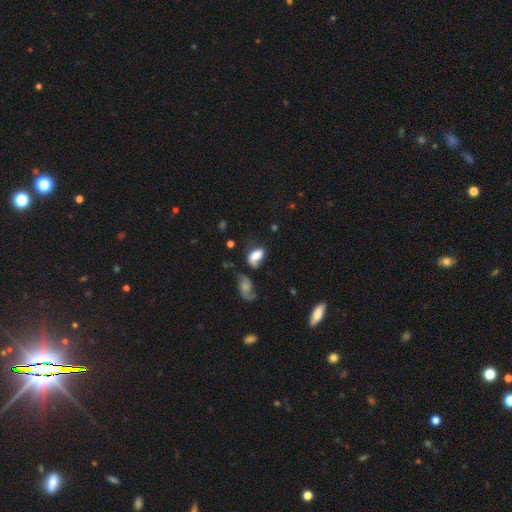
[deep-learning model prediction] Smooth or featured?
  - smooth: 73% *
  - featured or disk: 18%
  - star or artifact: 10%
How rounded?
  - in between: 88% *
  - round: 10%
  - cigar-shaped: 2%
Merging?
  - none: 41% *
  - minor disturbance: 29%
  - major disturbance: 18%
  - merger: 12%